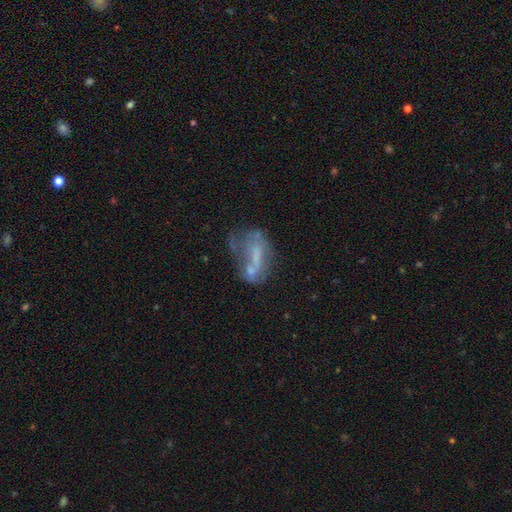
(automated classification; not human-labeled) A featured or disk galaxy (54%) with no bar (63%), no spiral arms (74%) and no central bulge (53%).

Vote fractions:
- Smooth or featured? featured or disk: 54% / smooth: 31% / star or artifact: 15%
- Edge-on disk? no: 94% / yes: 6%
- Bar? no: 63% / weak: 23% / strong: 13%
- Spiral arms? no: 74% / yes: 26%
- Bulge size? none: 53% / small: 26% / moderate: 16% / large: 3% / dominant: 1%
- Merging? major disturbance: 30% / none: 29% / merger: 22% / minor disturbance: 19%